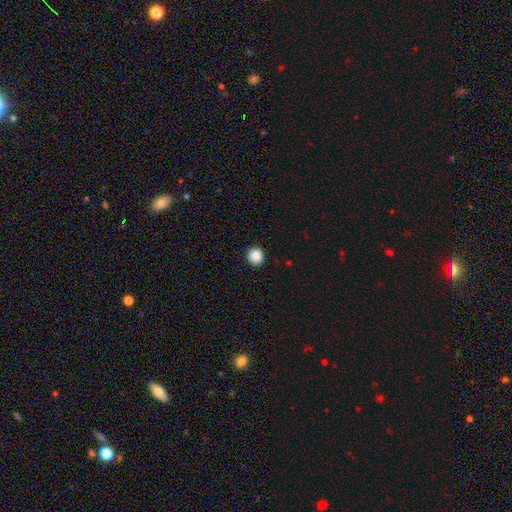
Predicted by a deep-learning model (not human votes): smooth 89%, star or artifact 9%, featured or disk 2%. Down the decision tree: how rounded — round (91%); merging — none (92%).